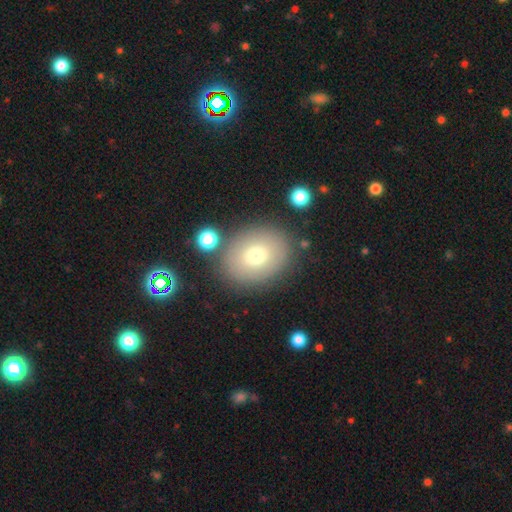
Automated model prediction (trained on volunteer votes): Smooth or featured? Predicted: smooth (p=0.72). How rounded? Predicted: round (p=0.56). Merging? Predicted: none (p=0.80).